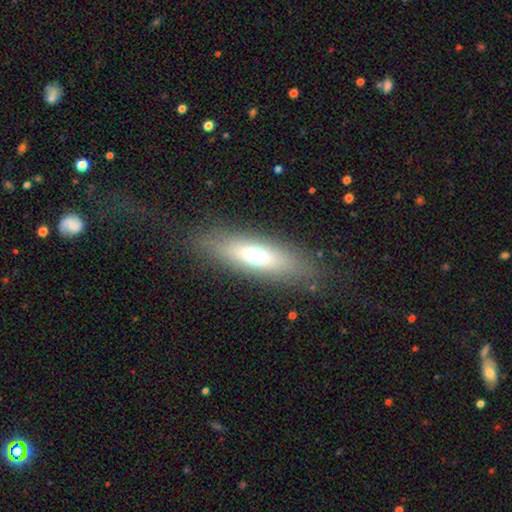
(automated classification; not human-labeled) This appears to be a smooth galaxy with no disk features (59%) that is in between round and cigar-shaped (53%). Merging: none (83%).